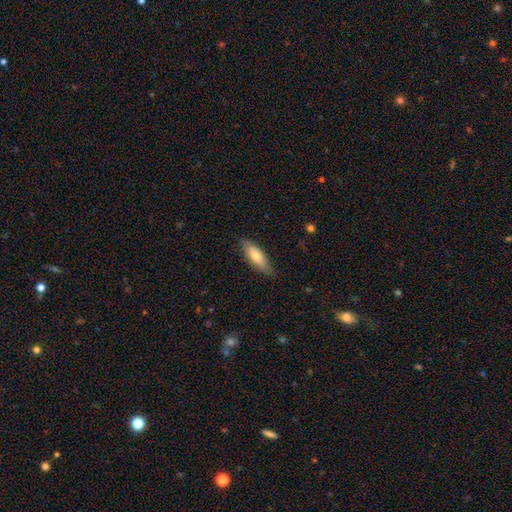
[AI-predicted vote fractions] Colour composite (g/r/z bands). It shows a smooth galaxy with no disk features (70%) that is in between round and cigar-shaped (52%). Merging: none (82%).